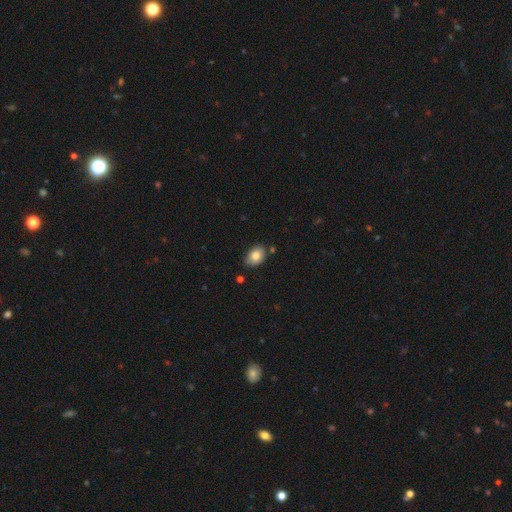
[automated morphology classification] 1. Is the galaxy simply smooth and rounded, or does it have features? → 83% smooth, 9% featured or disk, 8% star or artifact.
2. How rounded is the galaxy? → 83% in between, 16% round, 1% cigar-shaped.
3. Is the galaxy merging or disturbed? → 78% none, 16% minor disturbance, 4% merger, 3% major disturbance.